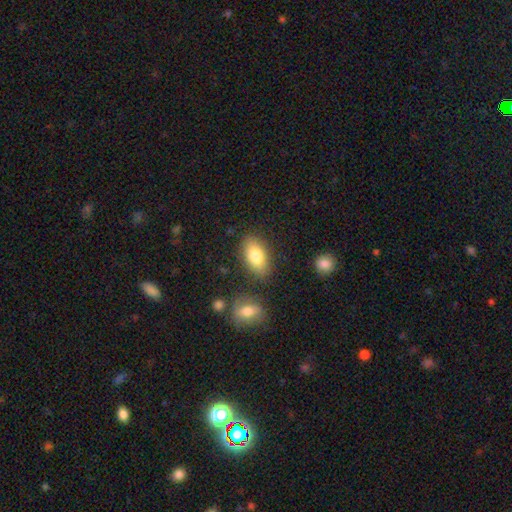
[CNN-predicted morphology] smooth_or_featured: smooth (p=0.80) [alt: featured or disk p=0.13]
how_rounded: in between (p=0.90) [alt: round p=0.06]
merging: none (p=0.80) [alt: minor disturbance p=0.12]